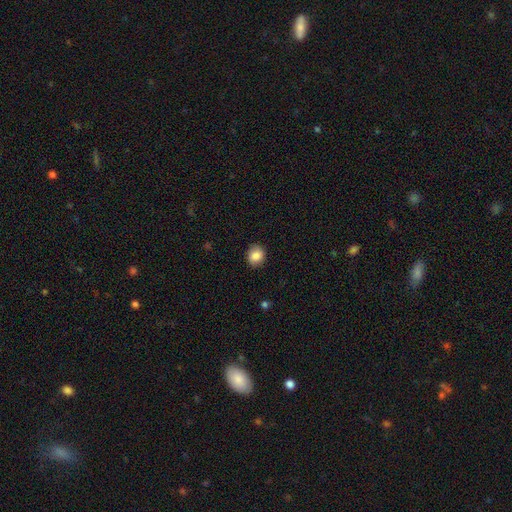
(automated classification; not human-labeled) The model was most divided on "how rounded": round: 68%, in between: 31%, cigar-shaped: 1%. More confident: merging — none (86%); smooth or featured — smooth (86%).